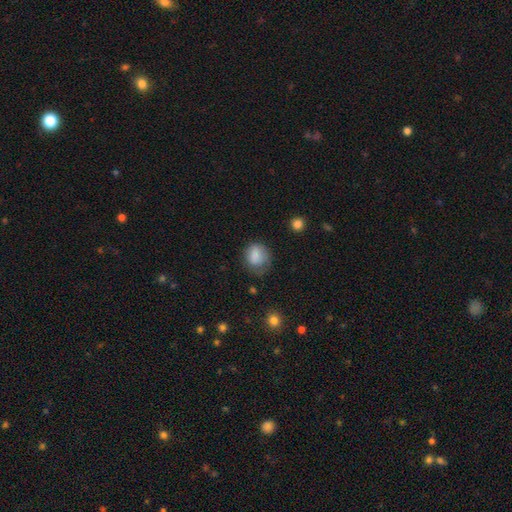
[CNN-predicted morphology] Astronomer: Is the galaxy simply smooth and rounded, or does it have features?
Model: smooth — 82%.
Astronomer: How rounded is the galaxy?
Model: round — 60% (runner-up: in between, 39%).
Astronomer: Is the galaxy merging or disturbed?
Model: none — 56%.